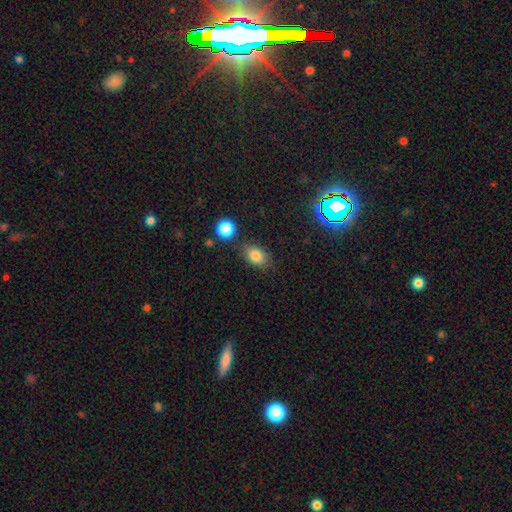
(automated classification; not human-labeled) smooth_or_featured: smooth (p=0.81) [alt: star or artifact p=0.11]
how_rounded: in between (p=0.80) [alt: round p=0.19]
merging: none (p=0.75) [alt: minor disturbance p=0.14]